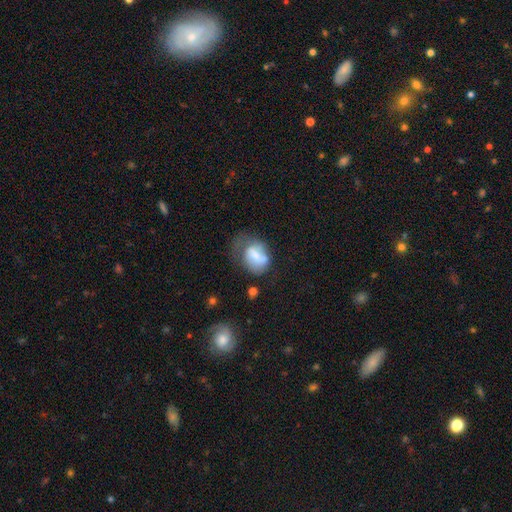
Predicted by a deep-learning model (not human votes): smooth-or-featured: smooth: 61% | featured or disk: 31% | star or artifact: 8%
  how-rounded: in between: 69% | round: 30% | cigar-shaped: 2%
  merging: none: 31% (tied) | minor disturbance: 31% (tied) | major disturbance: 29% | merger: 9%